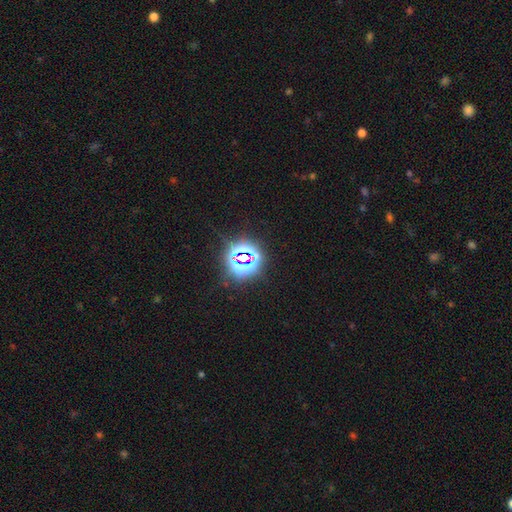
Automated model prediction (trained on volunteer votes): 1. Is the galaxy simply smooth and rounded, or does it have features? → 82% star or artifact, 12% smooth, 6% featured or disk.